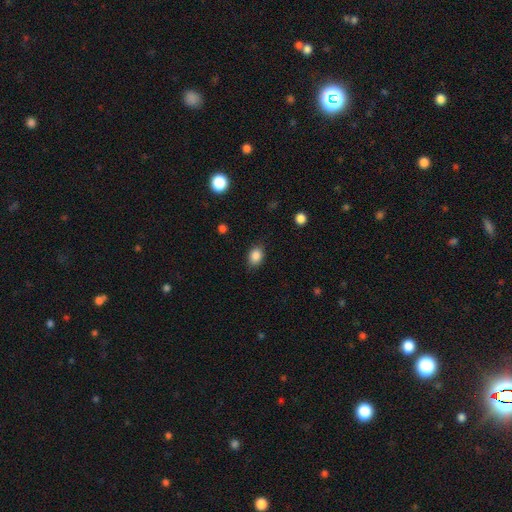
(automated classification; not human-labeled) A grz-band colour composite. It shows a smooth galaxy with no disk features (86%) that is in between round and cigar-shaped (69%). Merging: none (83%).